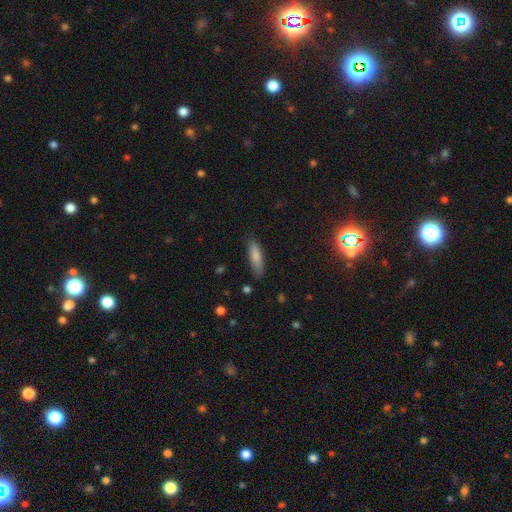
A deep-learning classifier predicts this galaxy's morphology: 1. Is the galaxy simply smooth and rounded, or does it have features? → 83% smooth, 11% featured or disk, 7% star or artifact.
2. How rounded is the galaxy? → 57% cigar-shaped, 41% in between, 2% round.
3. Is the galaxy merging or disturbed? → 81% none, 15% minor disturbance, 3% major disturbance, 2% merger.